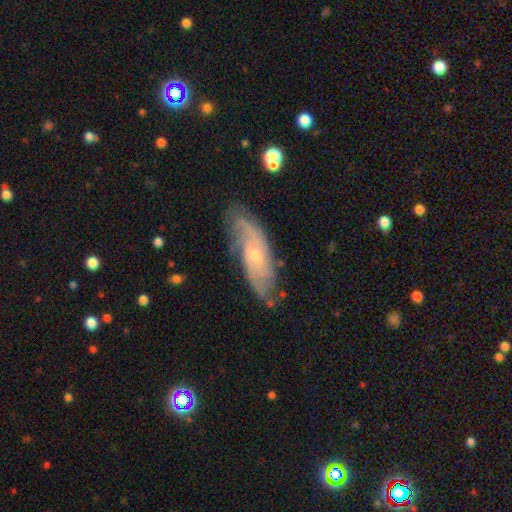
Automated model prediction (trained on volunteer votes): Smooth or featured? Predicted: featured or disk (p=0.79). Edge-on disk? Predicted: no (p=0.88). Bar? Predicted: no (p=0.52). Spiral arms? Predicted: yes (p=0.94). Spiral winding? Predicted: tight (p=0.42). Spiral arm count? Predicted: 2 (p=0.40). Bulge size? Predicted: small (p=0.64). Merging? Predicted: none (p=0.71).